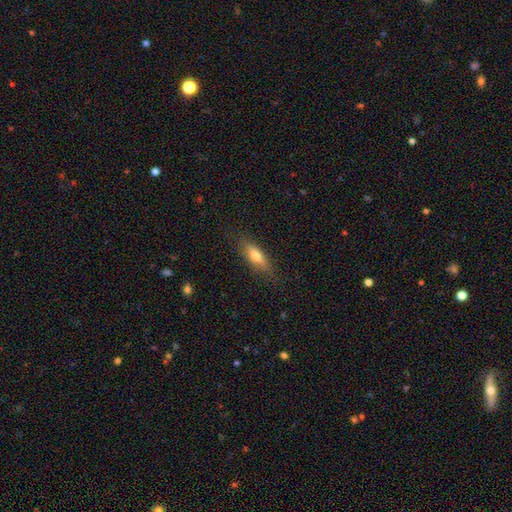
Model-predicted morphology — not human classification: Smooth or featured?
  - smooth: 62% *
  - featured or disk: 30%
  - star or artifact: 7%
How rounded?
  - cigar-shaped: 53% *
  - in between: 45%
  - round: 3%
Merging?
  - none: 81% *
  - minor disturbance: 14%
  - major disturbance: 4%
  - merger: 1%